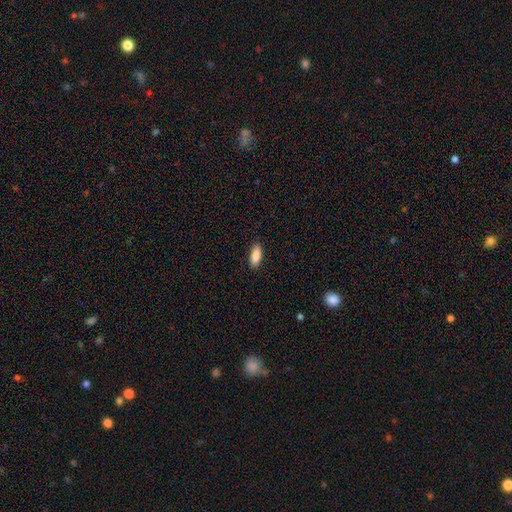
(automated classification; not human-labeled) This appears to be a smooth galaxy with no disk features (88%) that is in between round and cigar-shaped (76%). Merging: none (89%).